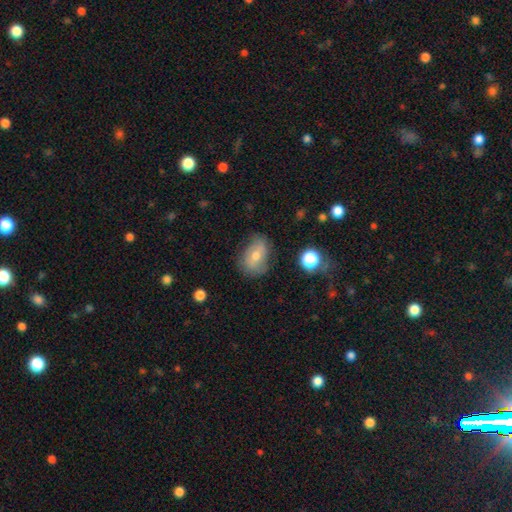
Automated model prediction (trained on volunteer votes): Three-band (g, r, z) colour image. It shows a smooth galaxy with no disk features (50%) that is in between round and cigar-shaped (74%). Merging: none (69%).